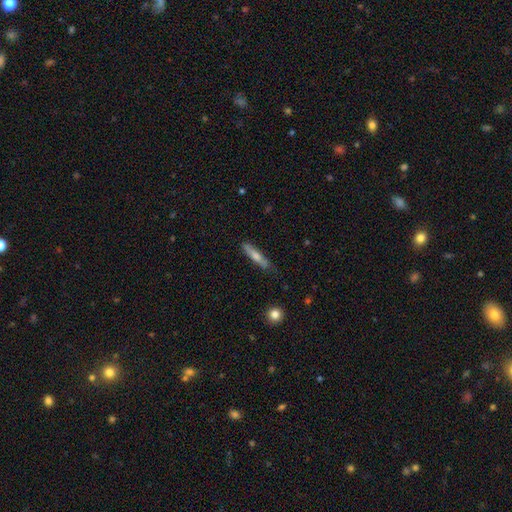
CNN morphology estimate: type=smooth (53%); roundness=cigar-shaped (90%); merging=none (79%).